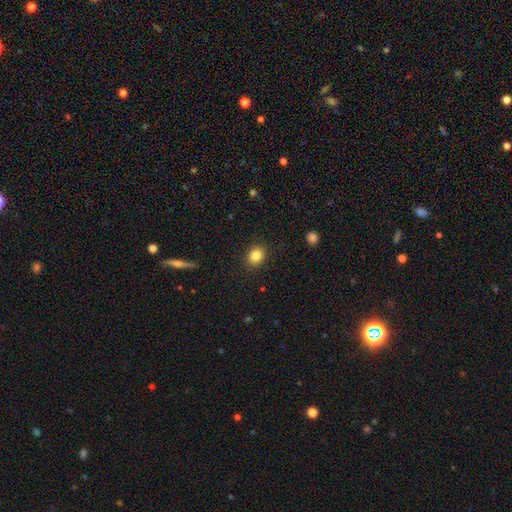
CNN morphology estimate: This appears to be a smooth galaxy with no disk features (84%) that is round (63%). Merging: none (89%).